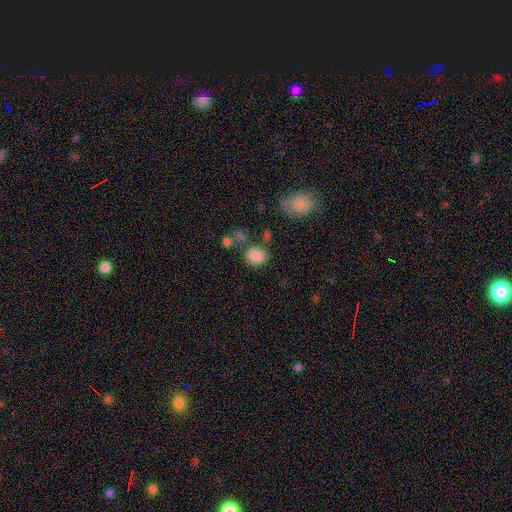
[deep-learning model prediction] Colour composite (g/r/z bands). It shows a smooth galaxy with no disk features (85%) that is round (75%). Merging: none (69%).